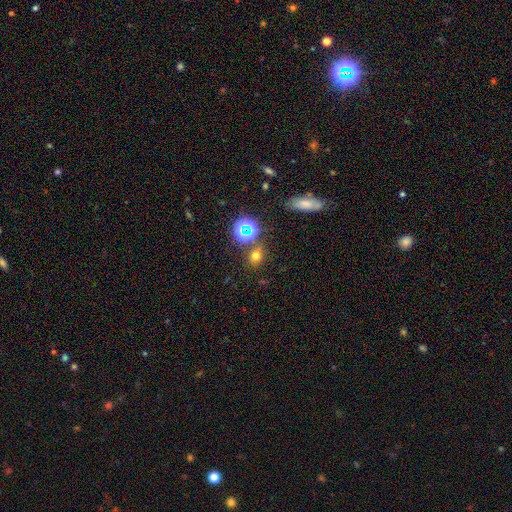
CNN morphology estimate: Smooth or featured?
  - smooth: 63% *
  - star or artifact: 28%
  - featured or disk: 8%
How rounded?
  - round: 66% *
  - in between: 32%
  - cigar-shaped: 2%
Merging?
  - none: 77% *
  - minor disturbance: 11%
  - merger: 9%
  - major disturbance: 4%